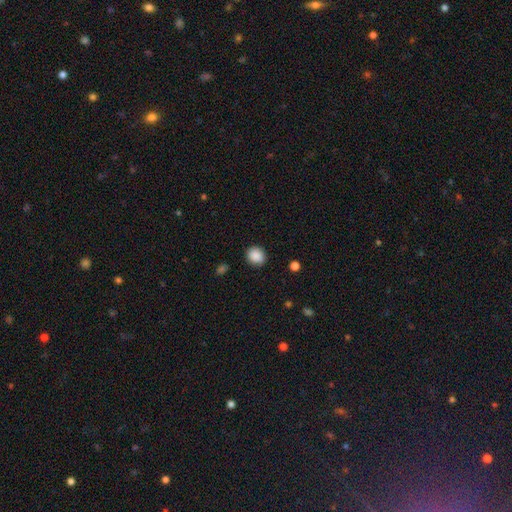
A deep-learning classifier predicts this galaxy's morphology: smooth_or_featured: smooth (p=0.88) [alt: star or artifact p=0.09]
how_rounded: round (p=0.73) [alt: in between p=0.26]
merging: none (p=0.87) [alt: minor disturbance p=0.09]